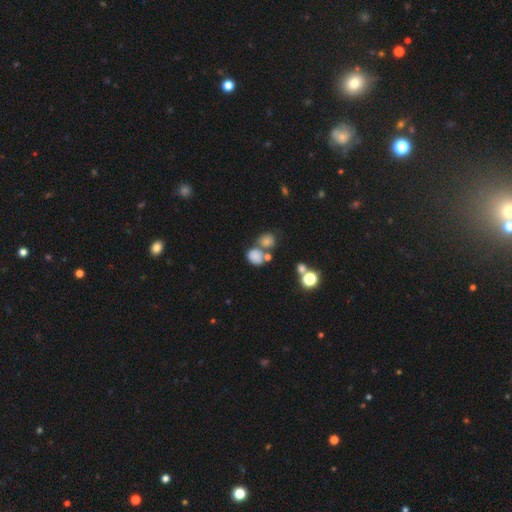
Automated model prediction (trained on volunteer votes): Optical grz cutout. It shows a smooth galaxy with no disk features (76%) that is round (61%). Merging: none (44%).